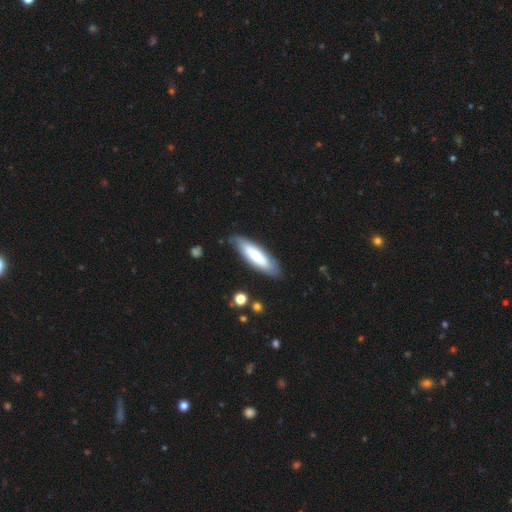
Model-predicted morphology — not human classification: A smooth galaxy with no disk features (71%) that is cigar-shaped (56%).

Vote fractions:
- Smooth or featured? smooth: 71% / featured or disk: 24% / star or artifact: 6%
- How rounded? cigar-shaped: 56% / in between: 43% / round: 1%
- Merging? none: 80% / minor disturbance: 15% / major disturbance: 4% / merger: 2%